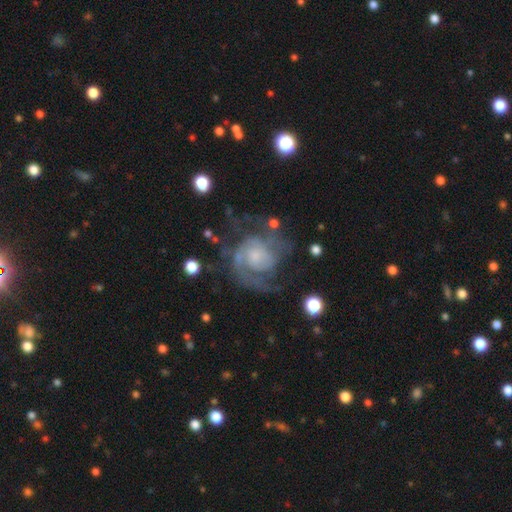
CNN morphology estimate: Overall: featured or disk (83%). Edge-on disk: no (98%). Bar: no (70%). Spiral arms: yes (92%). Spiral arm count: 2 (44%; can't tell 21%). Spiral winding: medium (43%; tight 41%). Bulge size: small (50%; moderate 26%). Merging: none (55%; major disturbance 23%).